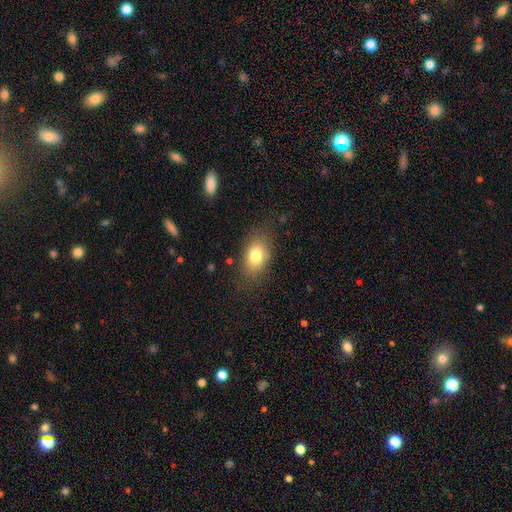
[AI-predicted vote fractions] smooth-or-featured: smooth: 78% | featured or disk: 13% | star or artifact: 10%
  how-rounded: in between: 80% | round: 18% | cigar-shaped: 2%
  merging: none: 76% | minor disturbance: 16% | major disturbance: 6% | merger: 2%